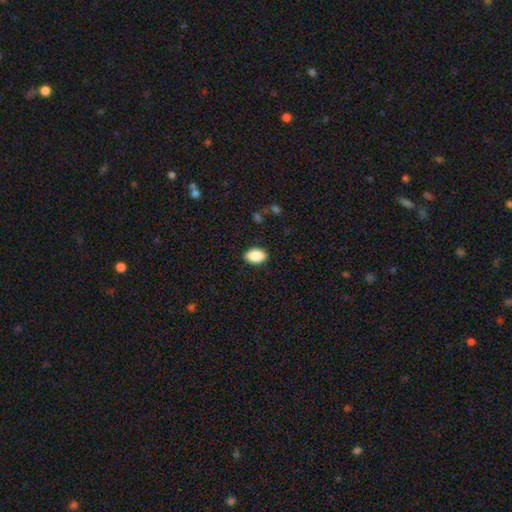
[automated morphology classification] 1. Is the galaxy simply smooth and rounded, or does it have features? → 88% smooth, 7% star or artifact, 5% featured or disk.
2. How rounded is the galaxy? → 89% in between, 9% round, 2% cigar-shaped.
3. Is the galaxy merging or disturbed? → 88% none, 9% minor disturbance, 2% major disturbance, 1% merger.